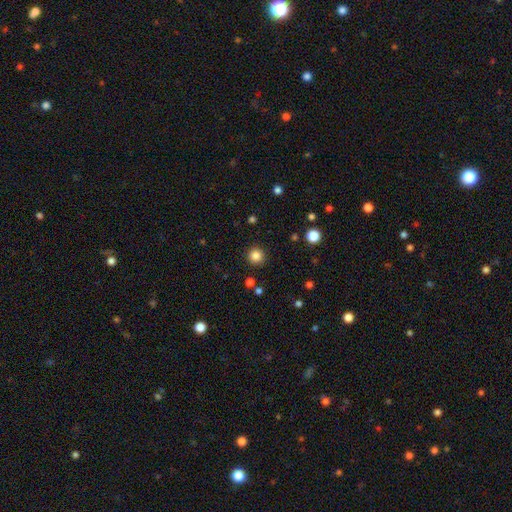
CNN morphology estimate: Smooth or featured?
  - smooth: 84% *
  - star or artifact: 12%
  - featured or disk: 4%
How rounded?
  - round: 95% *
  - in between: 4%
  - cigar-shaped: 1%
Merging?
  - none: 91% *
  - minor disturbance: 5%
  - major disturbance: 2%
  - merger: 1%